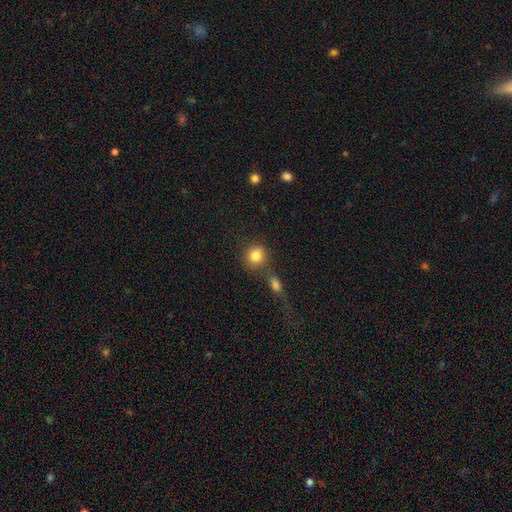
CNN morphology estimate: smooth_or_featured: smooth (p=0.83) [alt: star or artifact p=0.10]
how_rounded: round (p=0.85) [alt: in between p=0.14]
merging: none (p=0.65) [alt: merger p=0.19]